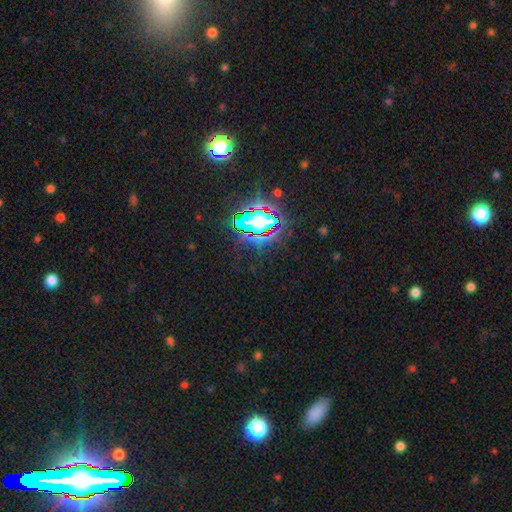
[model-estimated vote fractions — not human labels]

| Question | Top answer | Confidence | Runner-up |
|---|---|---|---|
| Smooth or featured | star or artifact | 81% | smooth (12%) |